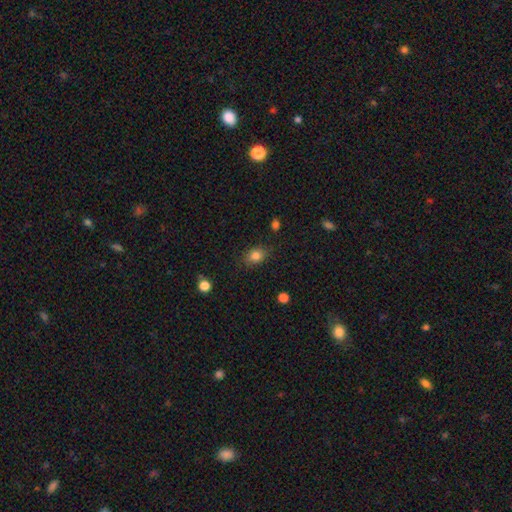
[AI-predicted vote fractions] A smooth galaxy with no disk features (83%) that is in between round and cigar-shaped (67%). Merging: none (83%).